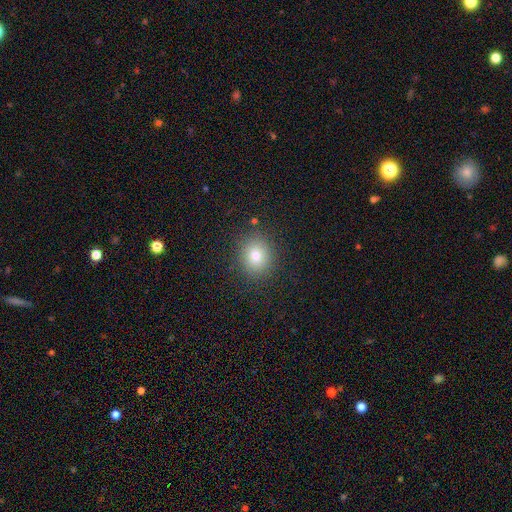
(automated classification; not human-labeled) A smooth galaxy with no disk features (79%) that is round (73%).

Vote fractions:
- Smooth or featured? smooth: 79% / star or artifact: 12% / featured or disk: 9%
- How rounded? round: 73% / in between: 26% / cigar-shaped: 1%
- Merging? none: 88% / minor disturbance: 8% / major disturbance: 3% / merger: 1%